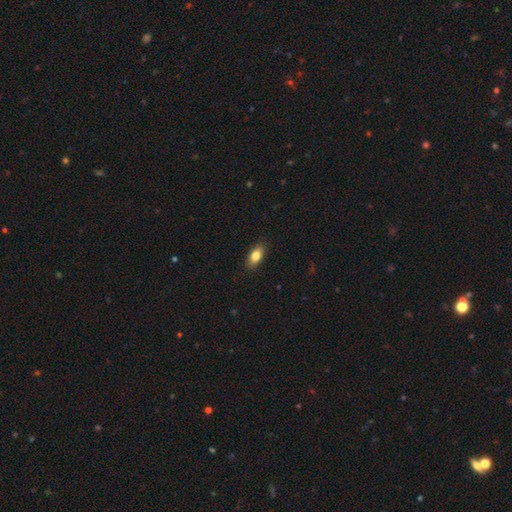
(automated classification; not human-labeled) Overall: smooth (82%). How rounded: in between (86%). Merging: none (88%).